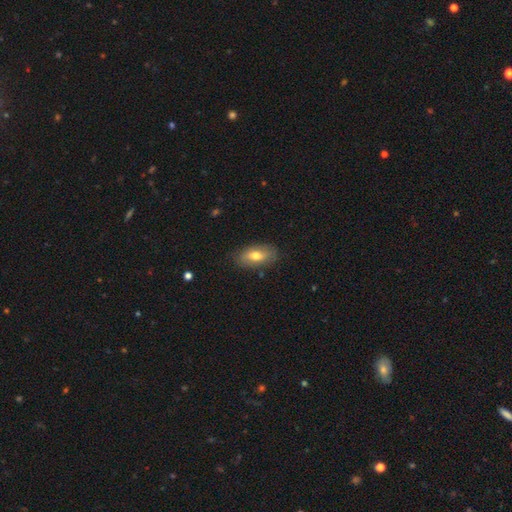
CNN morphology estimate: smooth-or-featured: smooth: 66% | featured or disk: 27% | star or artifact: 7%
  how-rounded: in between: 89% | cigar-shaped: 6% | round: 5%
  merging: none: 82% | minor disturbance: 14% | major disturbance: 3% | merger: 1%